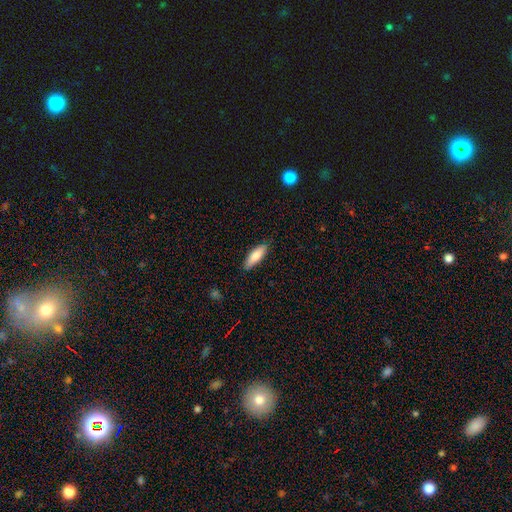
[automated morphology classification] A smooth galaxy with no disk features (82%) that is in between round and cigar-shaped (53%). Merging: none (84%).